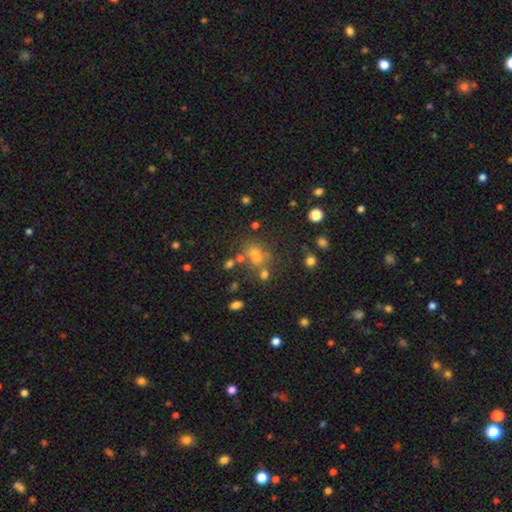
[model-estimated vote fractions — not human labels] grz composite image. It shows a smooth galaxy with no disk features (63%) that is in between round and cigar-shaped (60%). Merging: none (60%).